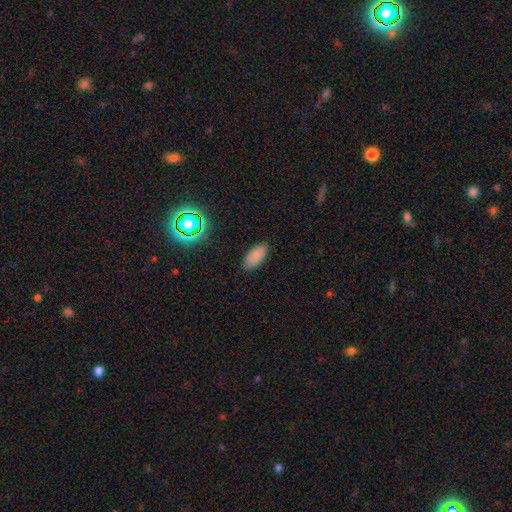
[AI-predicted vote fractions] This appears to be a smooth galaxy with no disk features (84%) that is in between round and cigar-shaped (90%). Merging: none (87%).